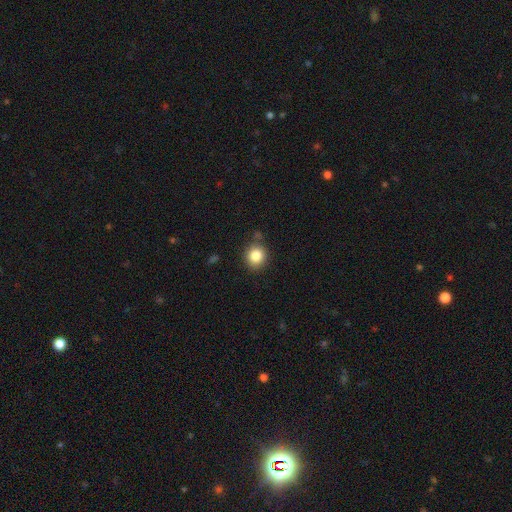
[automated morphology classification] Smooth or featured: smooth — 84% (star or artifact — 10%)
How rounded: round — 83% (in between — 16%)
Merging: none — 81% (minor disturbance — 12%)